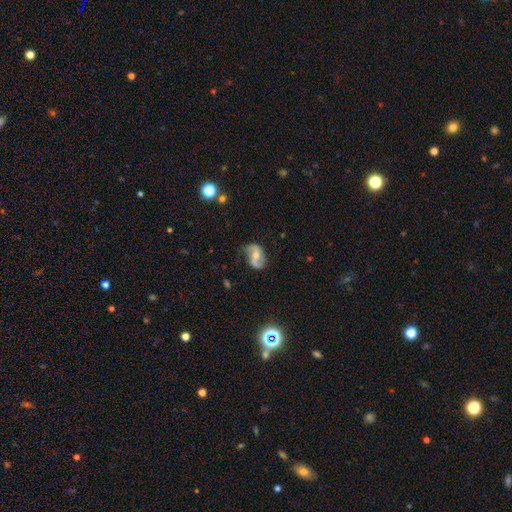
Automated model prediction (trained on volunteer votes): Morphology: type=featured or disk (80%); edge-on=no (97%); bar=no (44%); spiral arms=yes (93%); winding=loose (61%); arm count=2 (92%); bulge=moderate (61%); merging=none (74%).